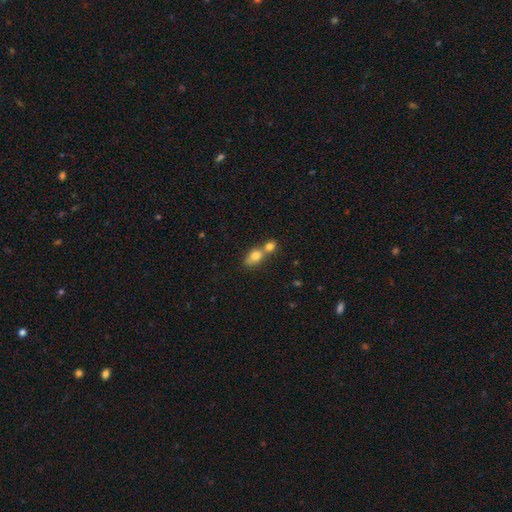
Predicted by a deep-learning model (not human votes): Morphology: type=smooth (77%); roundness=in between (65%); merging=merger (64%).